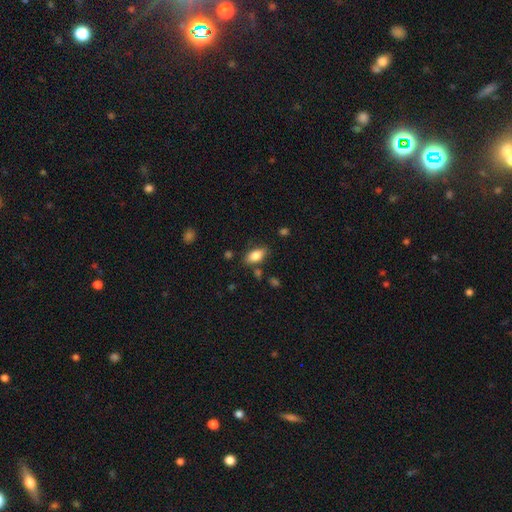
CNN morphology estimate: This appears to be a smooth galaxy with no disk features (82%) that is in between round and cigar-shaped (90%). Merging: none (79%).